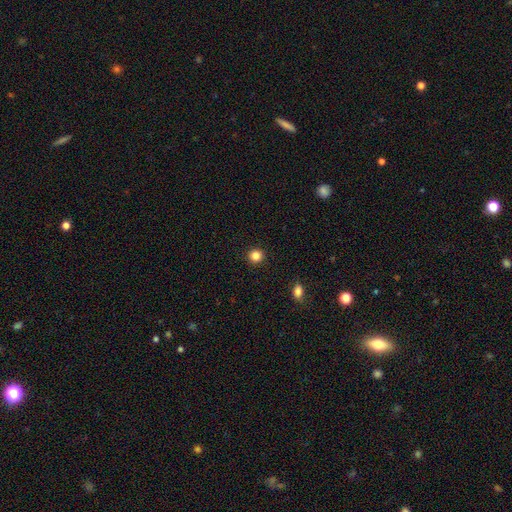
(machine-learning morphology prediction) type=smooth (85%); roundness=round (93%); merging=none (93%).